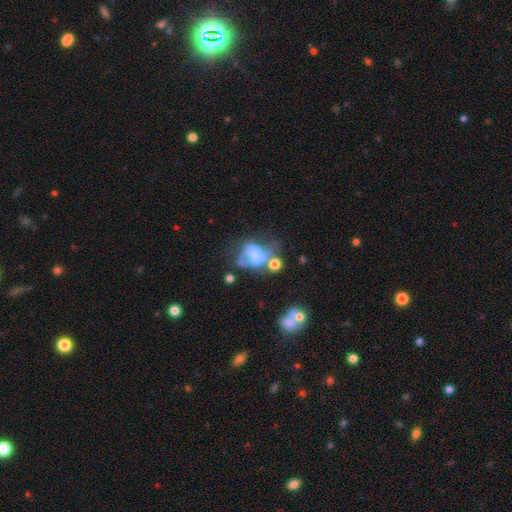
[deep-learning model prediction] This is possibly a featured or disk galaxy (56%). It is clearly not viewed edge-on (98%). Bar: clearly no (80%). Spiral arm pattern: clearly no (81%). Central bulge: possibly none (56%). Merging: marginally major disturbance (34%).